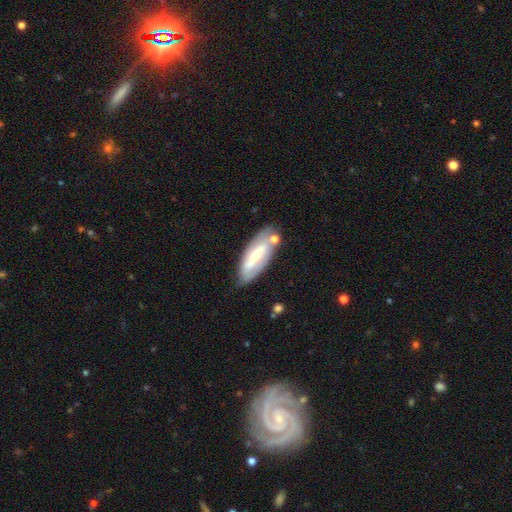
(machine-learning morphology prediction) Smooth or featured: featured or disk — 64% (smooth — 31%)
Edge-on disk: no — 80% (yes — 20%)
Bar: strong — 52% (weak — 29%)
Spiral arms: yes — 59% (no — 41%)
Bulge size: small — 49% (moderate — 45%)
Merging: none — 71% (minor disturbance — 16%)